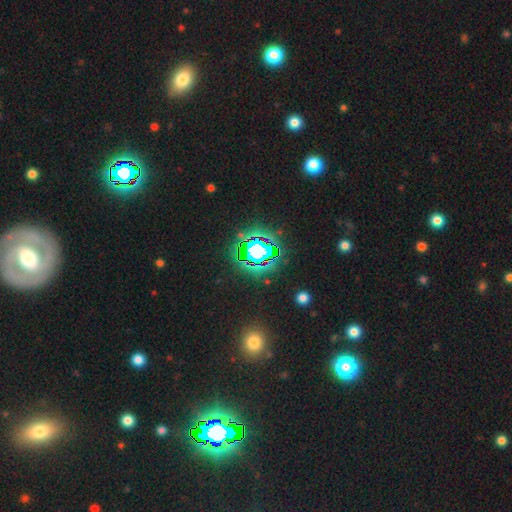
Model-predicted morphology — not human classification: Smooth or featured?
  - star or artifact: 75% *
  - smooth: 13%
  - featured or disk: 12%